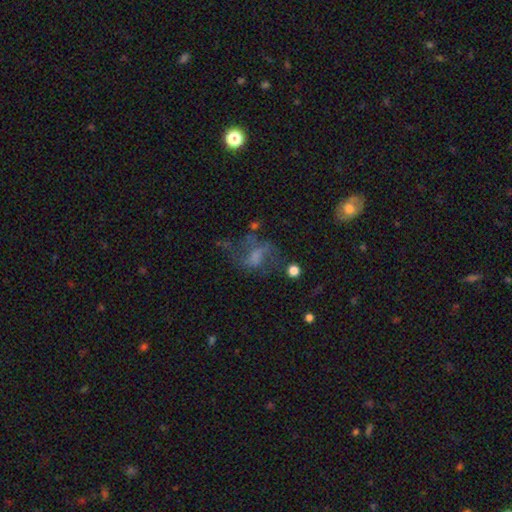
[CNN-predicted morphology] smooth-or-featured: featured or disk: 46% | smooth: 36% | star or artifact: 17%
  merging: major disturbance: 42% | none: 33% | minor disturbance: 18% | merger: 7%